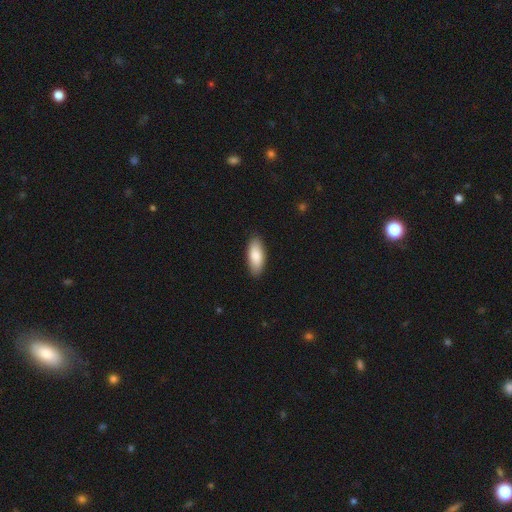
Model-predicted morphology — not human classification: Q: Smooth or featured?
A: smooth (84%); runner-up: featured or disk (10%)
Q: How rounded?
A: in between (82%); runner-up: cigar-shaped (16%)
Q: Merging?
A: none (89%); runner-up: minor disturbance (9%)